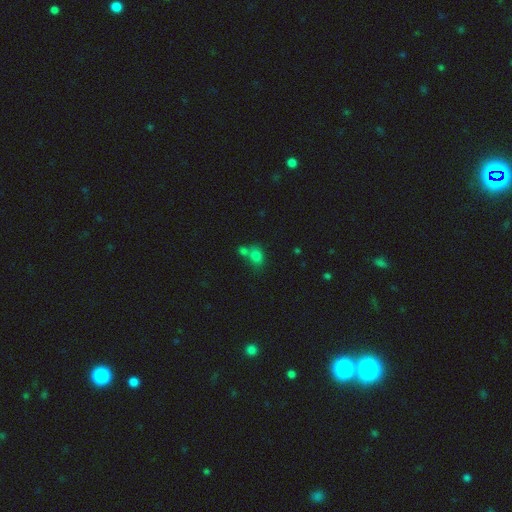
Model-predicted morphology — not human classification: Q: Smooth or featured?
A: smooth (77%); runner-up: star or artifact (14%)
Q: How rounded?
A: in between (58%); runner-up: round (40%)
Q: Merging?
A: none (42%); tied with: merger (42%)